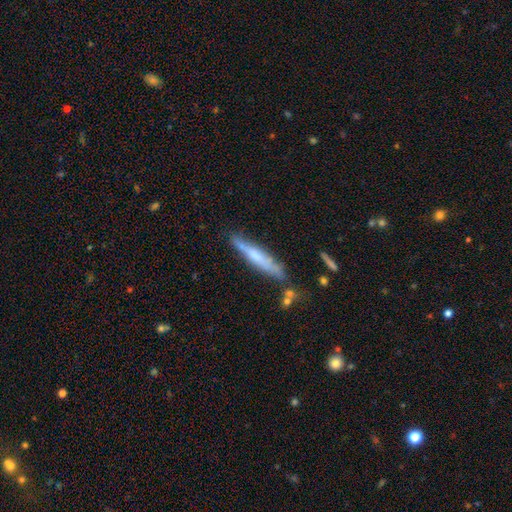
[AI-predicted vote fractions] smooth 49%, featured or disk 45%, star or artifact 7%. Down the decision tree: merging — none (72%).